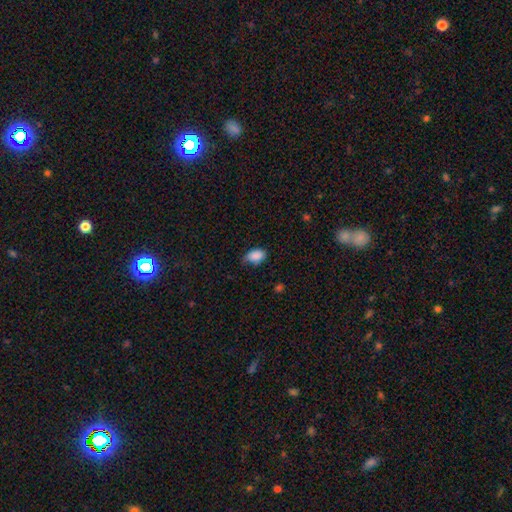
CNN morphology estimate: type=smooth (88%); roundness=in between (87%); merging=none (56%).